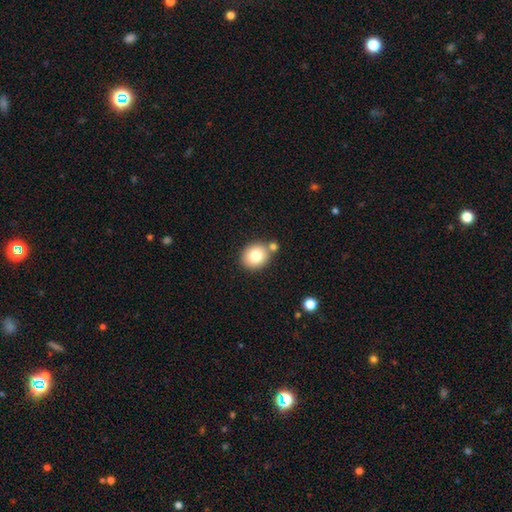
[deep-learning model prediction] Smooth or featured: smooth — 79% (featured or disk — 12%)
How rounded: round — 64% (in between — 35%)
Merging: none — 70% (merger — 17%)